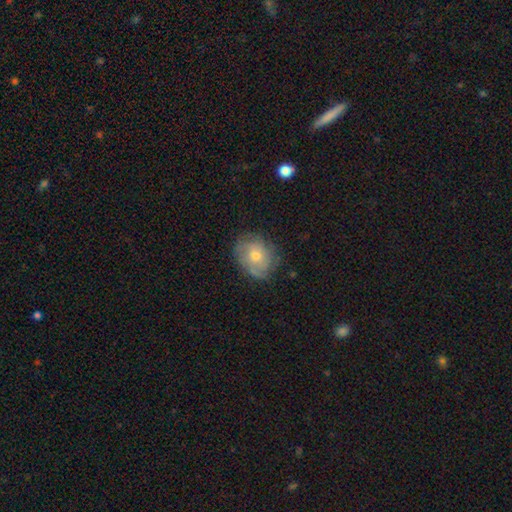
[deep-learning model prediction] smooth_or_featured: smooth (p=0.47) [alt: featured or disk p=0.44]
merging: none (p=0.69) [alt: minor disturbance p=0.22]